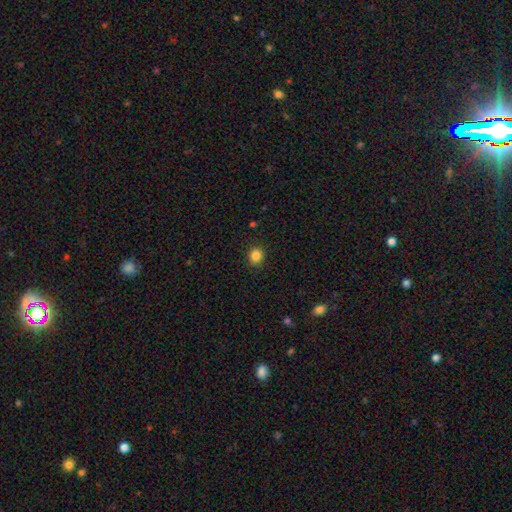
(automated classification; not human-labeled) smooth 86%, star or artifact 11%, featured or disk 3%. Down the decision tree: how rounded — round (81%); merging — none (90%).